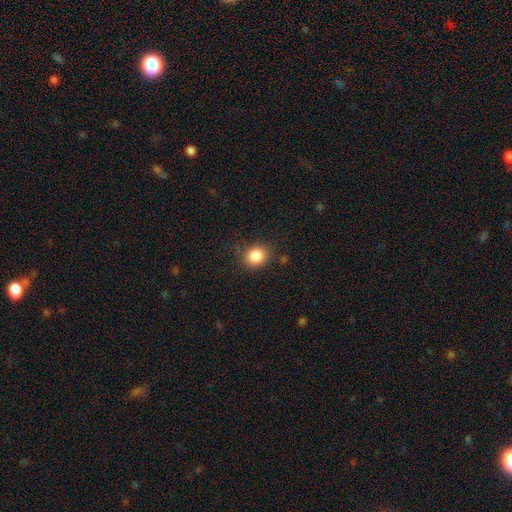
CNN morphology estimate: Overall: smooth (85%). How rounded: round (70%). Merging: none (83%).